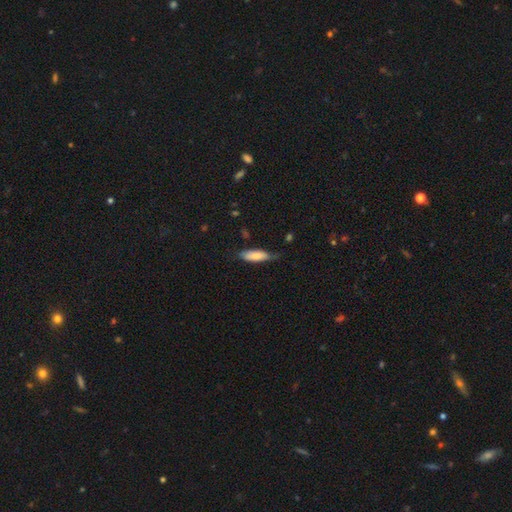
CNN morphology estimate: The model was most divided on "how rounded": in between: 56%, cigar-shaped: 42%, round: 2%. More confident: smooth or featured — smooth (79%); merging — none (54%).